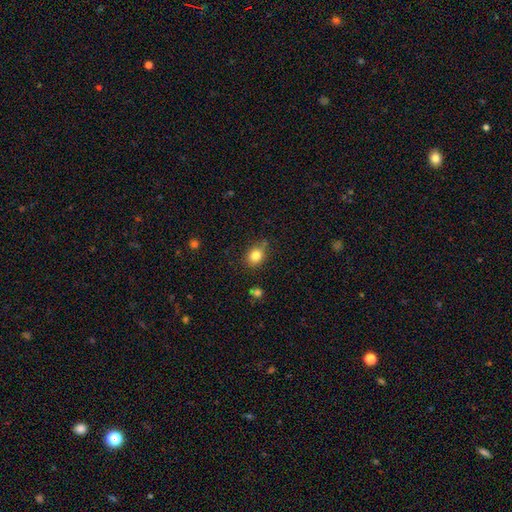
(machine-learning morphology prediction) A smooth galaxy with no disk features (82%) that is round (60%). Merging: none (77%).